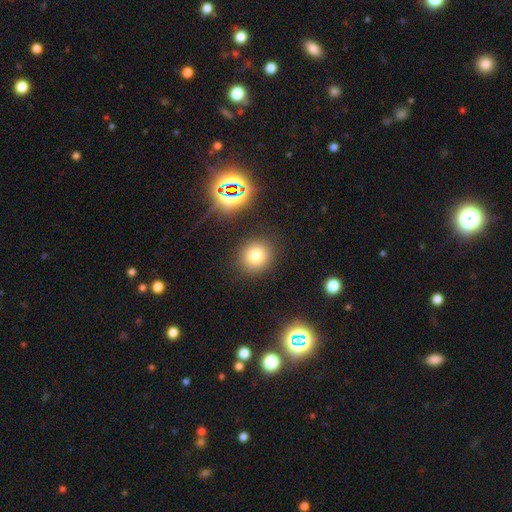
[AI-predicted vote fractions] Smooth or featured? smooth (75%)
How rounded? round (88%)
Merging? none (88%)